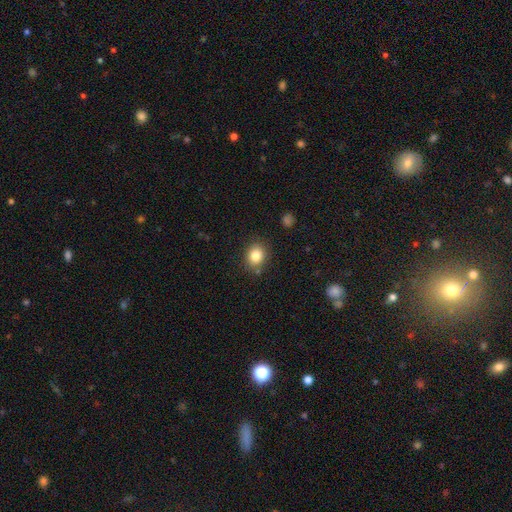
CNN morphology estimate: A smooth galaxy with no disk features (83%) that is round (66%).

Vote fractions:
- Smooth or featured? smooth: 83% / star or artifact: 10% / featured or disk: 7%
- How rounded? round: 66% / in between: 33% / cigar-shaped: 1%
- Merging? none: 84% / minor disturbance: 10% / merger: 3% / major disturbance: 3%